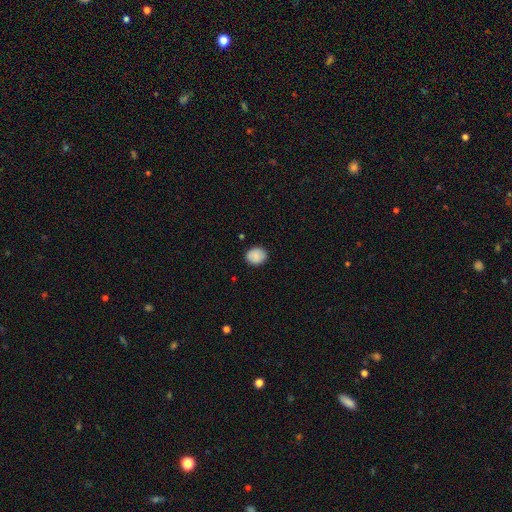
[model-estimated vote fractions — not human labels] Morphology: type=smooth (86%); roundness=round (66%); merging=none (87%).